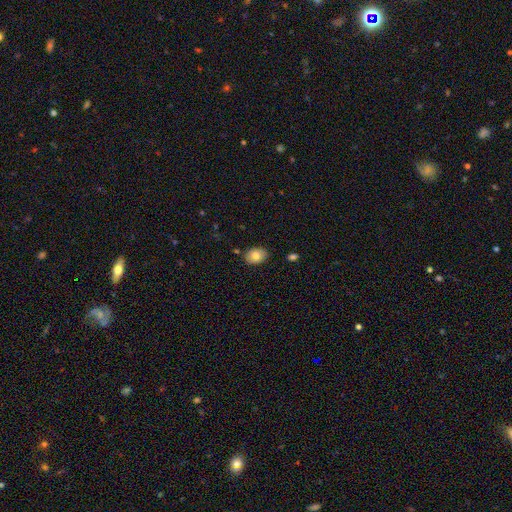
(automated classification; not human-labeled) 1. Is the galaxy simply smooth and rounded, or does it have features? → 79% smooth, 13% featured or disk, 8% star or artifact.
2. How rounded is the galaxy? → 73% in between, 26% round, 1% cigar-shaped.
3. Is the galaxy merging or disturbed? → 82% none, 13% minor disturbance, 2% major disturbance, 2% merger.